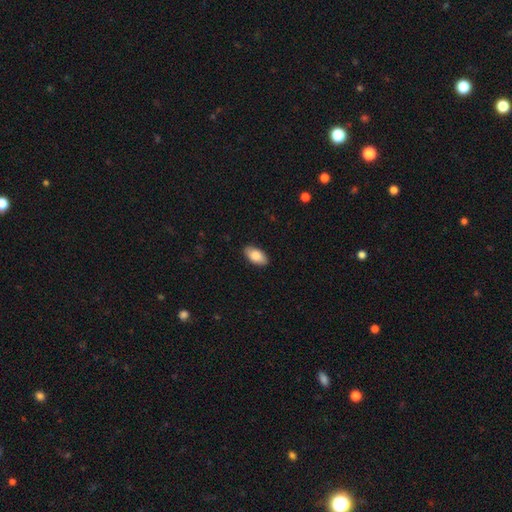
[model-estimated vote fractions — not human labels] Morphology: type=smooth (85%); roundness=in between (94%); merging=none (88%).